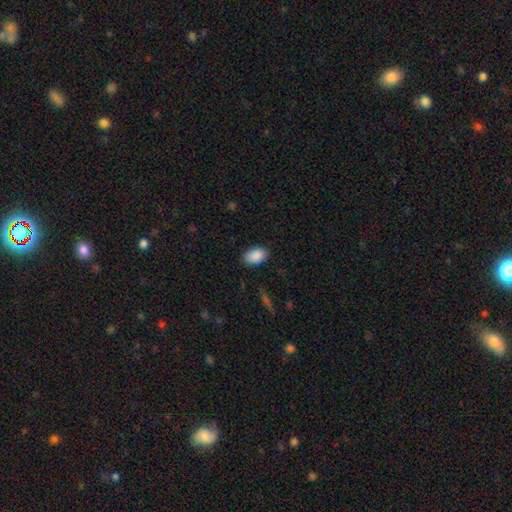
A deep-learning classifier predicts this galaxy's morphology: Smooth or featured?
  - smooth: 90% *
  - star or artifact: 7%
  - featured or disk: 4%
How rounded?
  - in between: 92% *
  - round: 7%
  - cigar-shaped: 1%
Merging?
  - none: 85% *
  - minor disturbance: 11%
  - major disturbance: 3%
  - merger: 1%